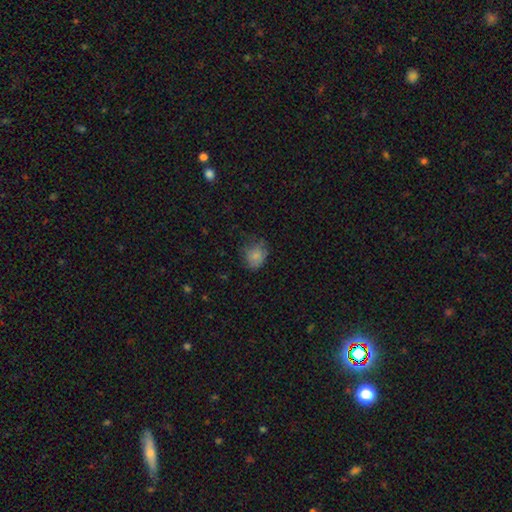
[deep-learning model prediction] Smooth or featured? Predicted: smooth (p=0.76). How rounded? Predicted: round (p=0.59). Merging? Predicted: none (p=0.57).